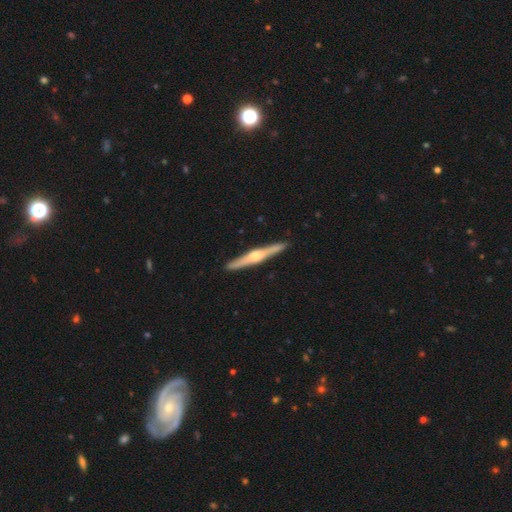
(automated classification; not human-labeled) Overall: featured or disk (76%). Edge-on disk: yes (98%). Edge-on bulge: rounded (87%). Merging: none (92%).